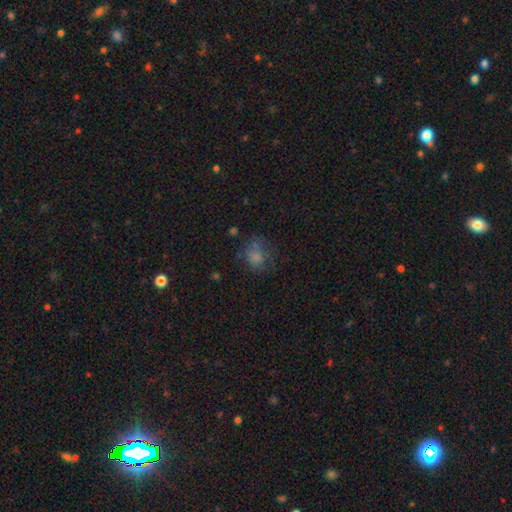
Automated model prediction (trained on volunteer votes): smooth-or-featured: smooth: 72% | star or artifact: 14% | featured or disk: 14%
  how-rounded: round: 64% | in between: 35% | cigar-shaped: 1%
  merging: none: 53% | minor disturbance: 24% | major disturbance: 18% | merger: 5%